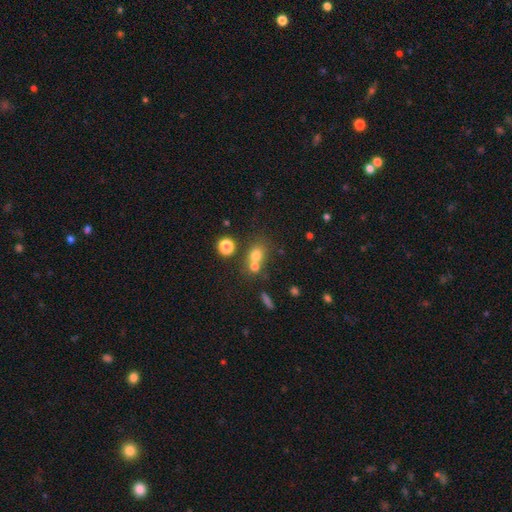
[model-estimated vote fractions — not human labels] Q: Smooth or featured?
A: smooth (70%); runner-up: star or artifact (17%)
Q: How rounded?
A: round (66%); runner-up: in between (32%)
Q: Merging?
A: merger (46%); runner-up: none (41%)